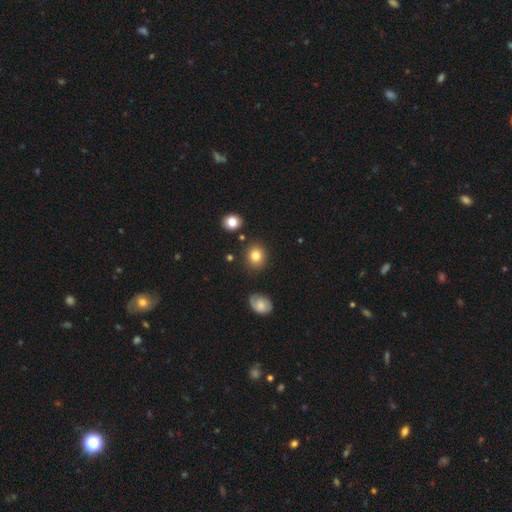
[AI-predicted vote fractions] This is clearly a smooth galaxy (82%). How rounded: likely round (80%). Merging: clearly none (86%).